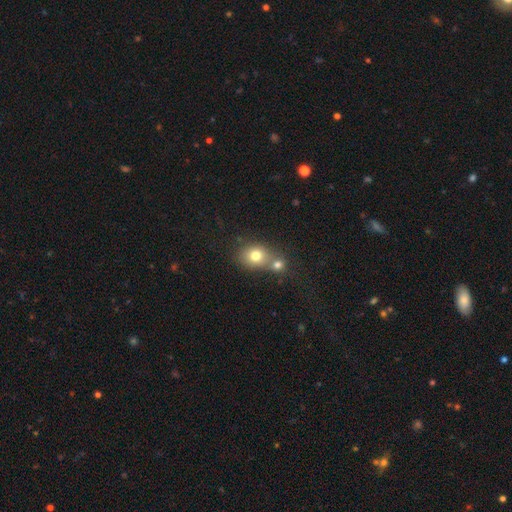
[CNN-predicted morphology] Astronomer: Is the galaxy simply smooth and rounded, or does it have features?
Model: smooth — 76%.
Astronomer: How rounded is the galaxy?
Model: round — 62% (runner-up: in between, 37%).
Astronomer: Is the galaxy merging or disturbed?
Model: merger — 49% (runner-up: none, 39%).